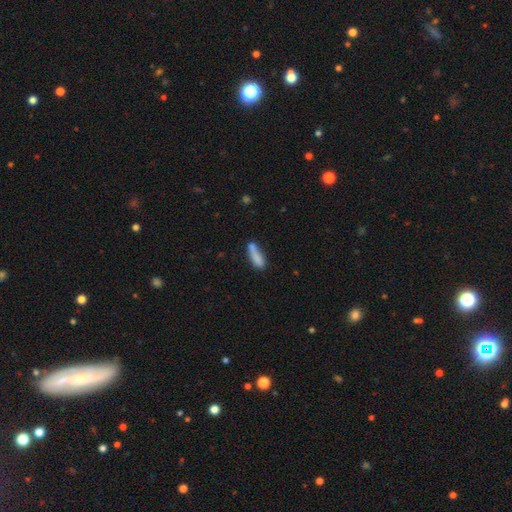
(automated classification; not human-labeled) Smooth or featured: smooth — 80% (featured or disk — 12%)
How rounded: cigar-shaped — 63% (in between — 35%)
Merging: none — 50% (minor disturbance — 22%)